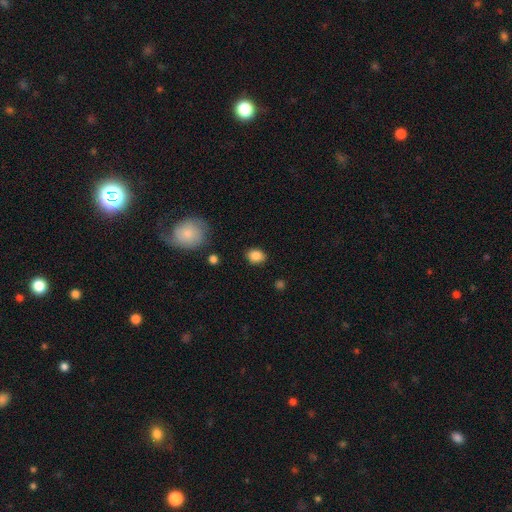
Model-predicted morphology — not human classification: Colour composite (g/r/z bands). It shows a smooth galaxy with no disk features (86%) that is in between round and cigar-shaped (56%). Merging: none (84%).